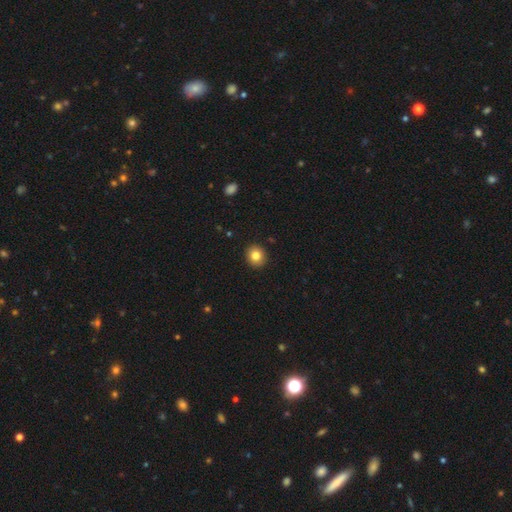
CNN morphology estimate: Q: Smooth or featured?
A: smooth (82%); runner-up: star or artifact (10%)
Q: How rounded?
A: round (88%); runner-up: in between (11%)
Q: Merging?
A: none (91%); runner-up: minor disturbance (6%)